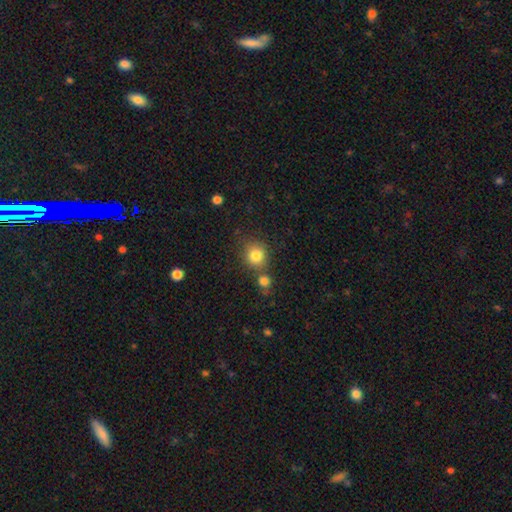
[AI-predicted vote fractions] This appears to be a smooth galaxy with no disk features (83%) that is round (85%). Merging: none (66%).